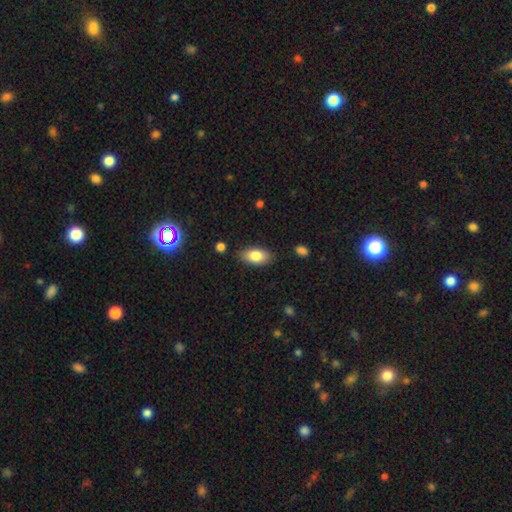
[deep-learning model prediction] Q: Smooth or featured?
A: smooth (81%); runner-up: featured or disk (12%)
Q: How rounded?
A: in between (92%); runner-up: cigar-shaped (5%)
Q: Merging?
A: none (84%); runner-up: minor disturbance (11%)